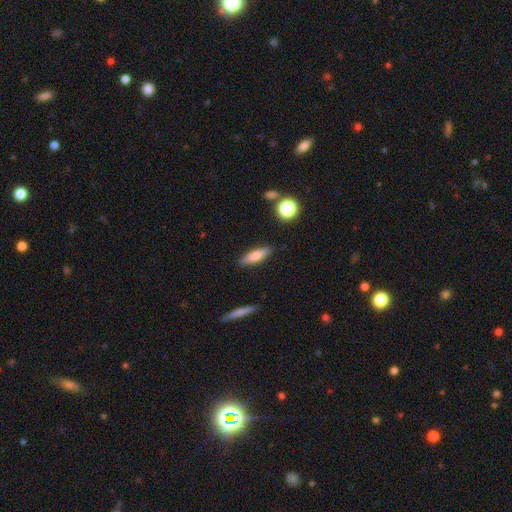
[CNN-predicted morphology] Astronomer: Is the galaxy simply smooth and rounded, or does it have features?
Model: smooth — 67%.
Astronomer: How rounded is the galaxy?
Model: cigar-shaped — 60% (runner-up: in between, 37%).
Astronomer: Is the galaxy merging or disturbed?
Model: none — 87%.